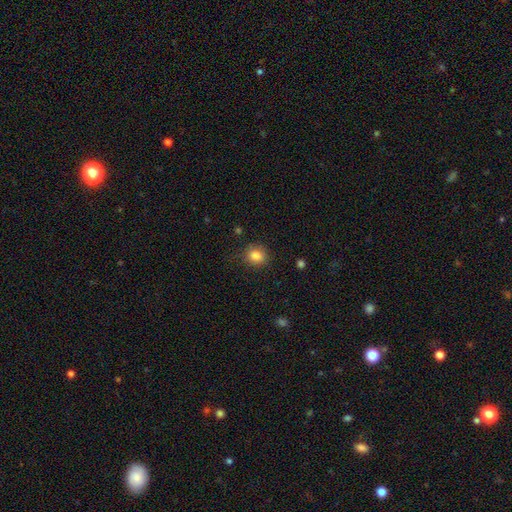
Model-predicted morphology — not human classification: smooth 85%, star or artifact 10%, featured or disk 5%. Down the decision tree: how rounded — round (76%); merging — none (81%).